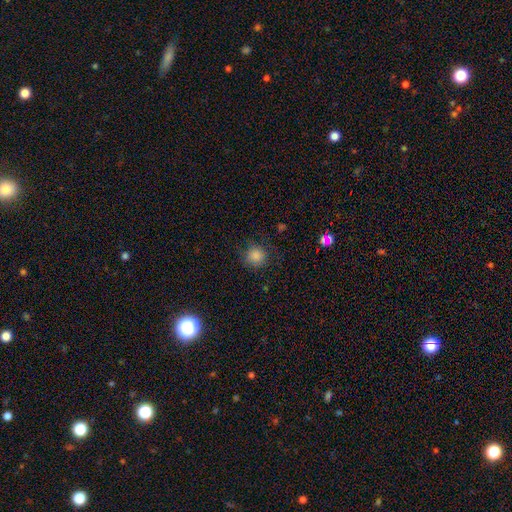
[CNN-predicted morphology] This is clearly a smooth galaxy (86%). How rounded: clearly round (92%). Merging: clearly none (83%).